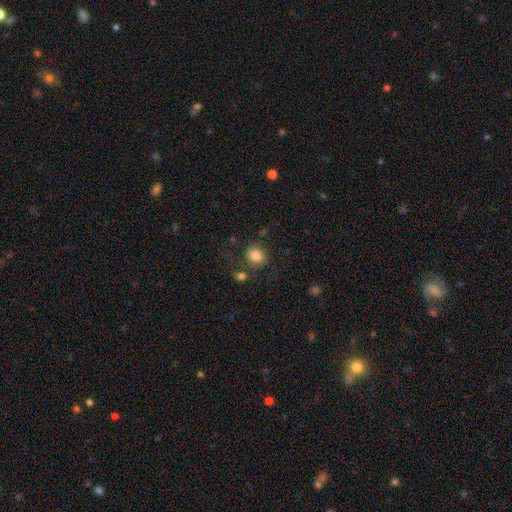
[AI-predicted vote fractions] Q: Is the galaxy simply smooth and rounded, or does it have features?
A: smooth — 82%.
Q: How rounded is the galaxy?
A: round — 76%.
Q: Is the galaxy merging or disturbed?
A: none — 72%.